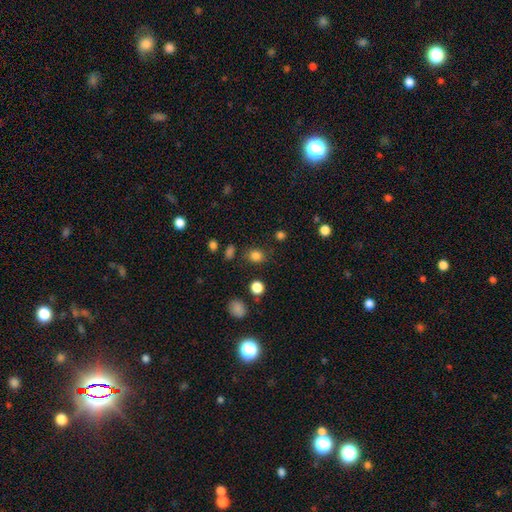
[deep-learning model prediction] Smooth or featured? Predicted: smooth (p=0.82). How rounded? Predicted: round (p=0.70). Merging? Predicted: none (p=0.82).